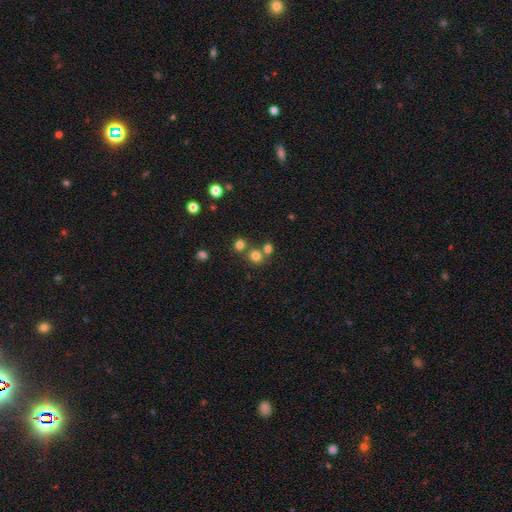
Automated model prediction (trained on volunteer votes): Smooth or featured?
  - smooth: 75% *
  - star or artifact: 18%
  - featured or disk: 8%
How rounded?
  - round: 85% *
  - in between: 14%
  - cigar-shaped: 1%
Merging?
  - none: 61% *
  - merger: 28%
  - minor disturbance: 7%
  - major disturbance: 3%